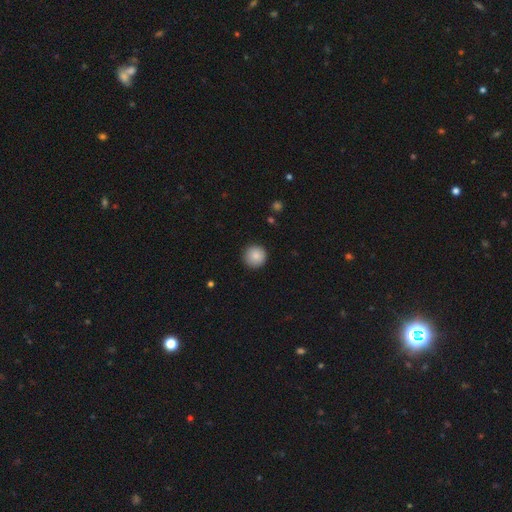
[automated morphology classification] Q: Smooth or featured?
A: smooth (87%); runner-up: star or artifact (8%)
Q: How rounded?
A: round (96%); runner-up: in between (3%)
Q: Merging?
A: none (92%); runner-up: minor disturbance (6%)